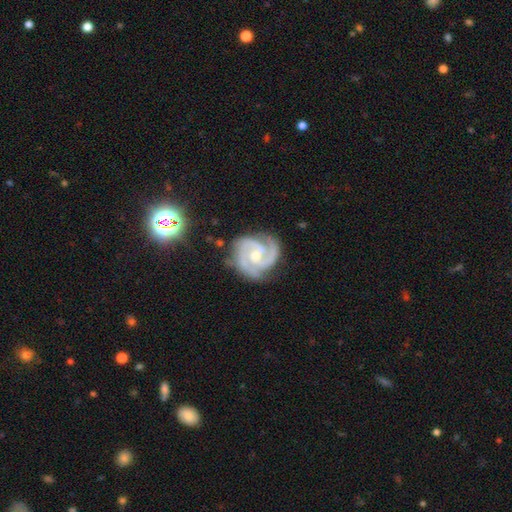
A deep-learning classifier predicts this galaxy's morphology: Q: Smooth or featured?
A: featured or disk (92%); runner-up: smooth (4%)
Q: Edge-on disk?
A: no (98%); runner-up: yes (2%)
Q: Bar?
A: no (61%); runner-up: weak (31%)
Q: Spiral arms?
A: yes (98%); runner-up: no (2%)
Q: Spiral winding?
A: tight (55%); runner-up: medium (40%)
Q: Spiral arm count?
A: 3 (48%); runner-up: 2 (39%)
Q: Bulge size?
A: moderate (54%); runner-up: small (42%)
Q: Merging?
A: none (73%); runner-up: minor disturbance (19%)